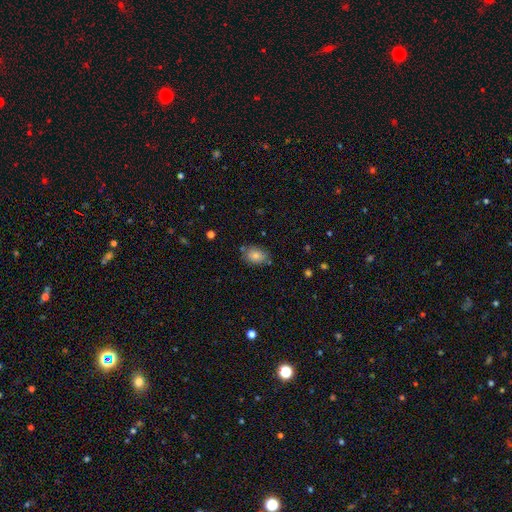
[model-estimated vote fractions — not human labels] Smooth or featured?
  - smooth: 82% *
  - featured or disk: 9%
  - star or artifact: 8%
How rounded?
  - in between: 80% *
  - round: 19%
  - cigar-shaped: 1%
Merging?
  - none: 76% *
  - minor disturbance: 16%
  - merger: 4%
  - major disturbance: 4%